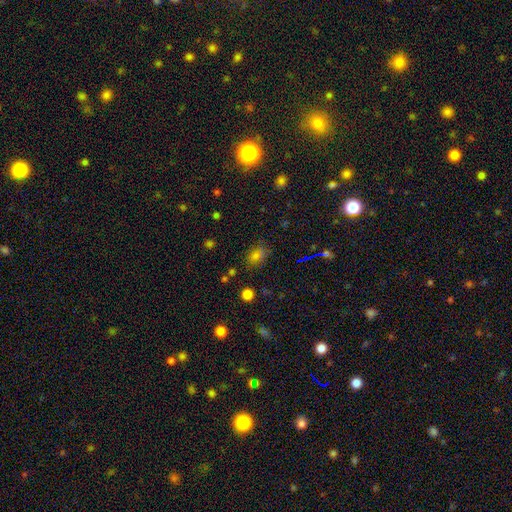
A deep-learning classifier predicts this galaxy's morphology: type=smooth (68%); roundness=in between (70%); merging=none (68%).